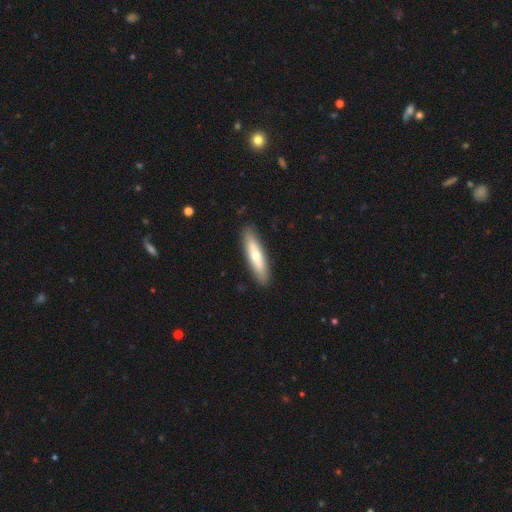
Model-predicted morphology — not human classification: smooth-or-featured: smooth: 62% | featured or disk: 33% | star or artifact: 5%
  how-rounded: cigar-shaped: 76% | in between: 22% | round: 2%
  merging: none: 89% | minor disturbance: 8% | major disturbance: 2% | merger: 1%